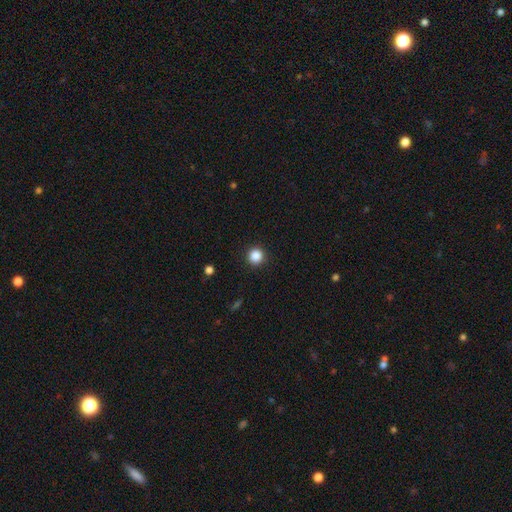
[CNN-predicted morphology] Smooth or featured?
  - smooth: 86% *
  - star or artifact: 11%
  - featured or disk: 3%
How rounded?
  - round: 95% *
  - in between: 4%
  - cigar-shaped: 1%
Merging?
  - none: 92% *
  - minor disturbance: 5%
  - major disturbance: 2%
  - merger: 1%